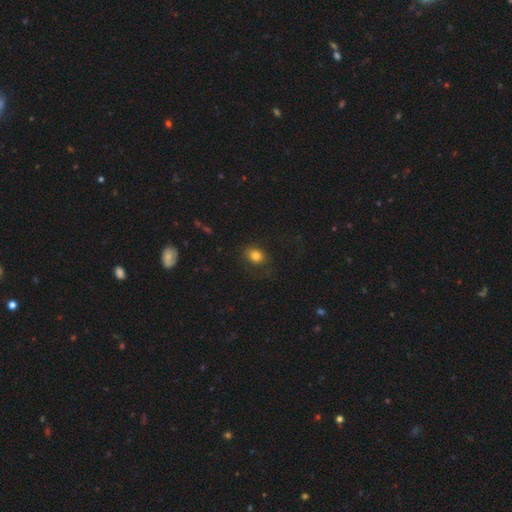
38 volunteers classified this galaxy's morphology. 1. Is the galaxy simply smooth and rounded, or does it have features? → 87% smooth, 11% featured or disk, 3% star or artifact.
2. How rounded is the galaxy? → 55% round, 42% in between, 3% cigar-shaped.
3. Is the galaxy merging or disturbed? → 73% none, 19% minor disturbance, 8% major disturbance, 0% merger.